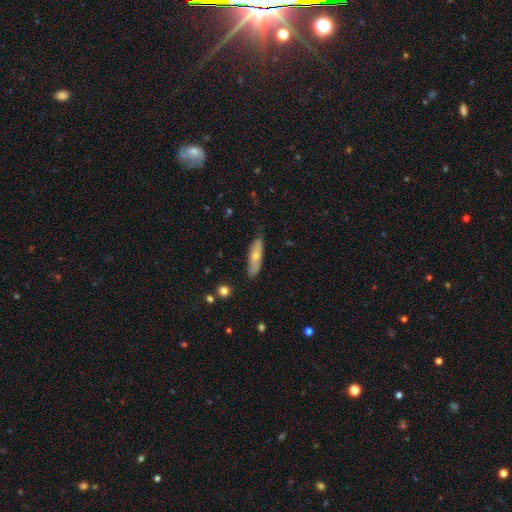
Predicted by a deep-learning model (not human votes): smooth-or-featured: smooth: 51% | featured or disk: 42% | star or artifact: 7%
  how-rounded: cigar-shaped: 58% | in between: 39% | round: 3%
  merging: none: 83% | minor disturbance: 13% | major disturbance: 2% | merger: 1%